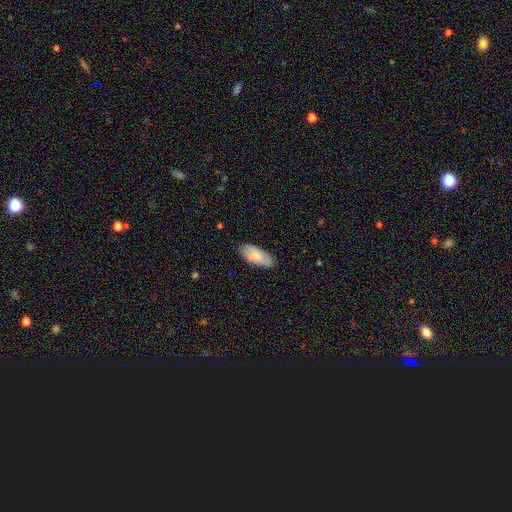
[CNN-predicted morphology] Q: Smooth or featured?
A: smooth (71%); runner-up: featured or disk (23%)
Q: How rounded?
A: in between (87%); runner-up: cigar-shaped (11%)
Q: Merging?
A: none (81%); runner-up: minor disturbance (15%)